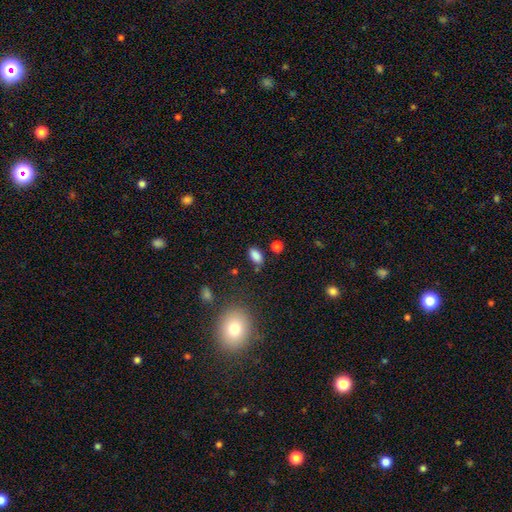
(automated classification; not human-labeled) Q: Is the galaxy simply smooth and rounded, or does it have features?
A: smooth — 85%.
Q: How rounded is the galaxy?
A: in between — 90%.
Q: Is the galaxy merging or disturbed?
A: none — 79%.